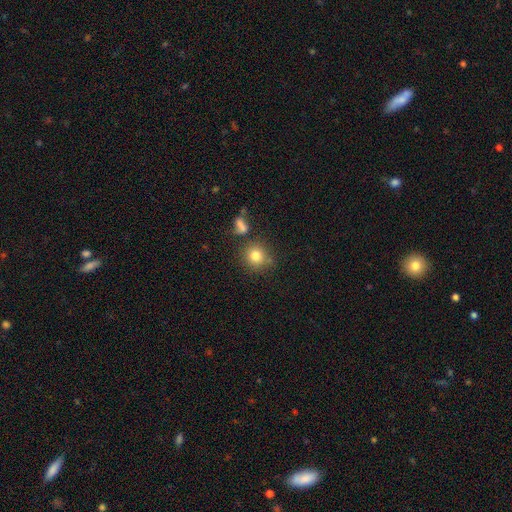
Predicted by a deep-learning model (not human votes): Overall: smooth (81%). How rounded: round (88%). Merging: none (72%).